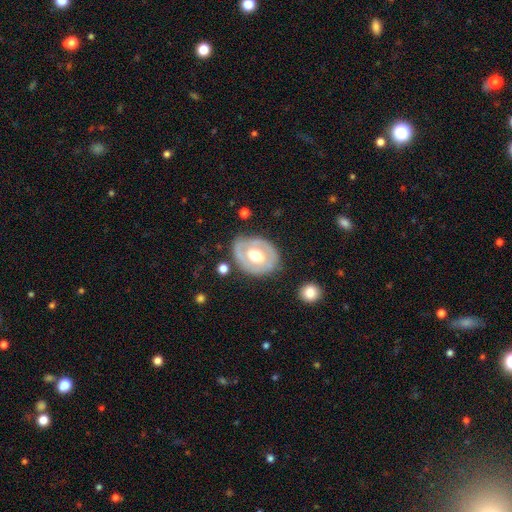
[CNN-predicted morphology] Q: Smooth or featured?
A: featured or disk (63%); runner-up: smooth (32%)
Q: Edge-on disk?
A: no (95%); runner-up: yes (5%)
Q: Bar?
A: no (69%); runner-up: weak (23%)
Q: Spiral arms?
A: no (65%); runner-up: yes (35%)
Q: Bulge size?
A: moderate (56%); runner-up: large (37%)
Q: Merging?
A: none (73%); runner-up: minor disturbance (17%)